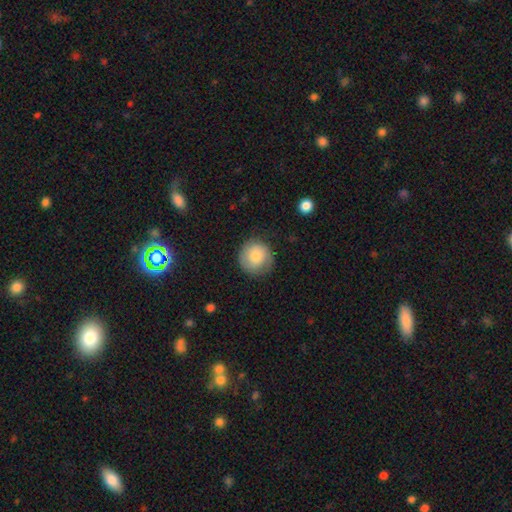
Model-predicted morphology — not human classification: Smooth or featured: smooth — 77% (featured or disk — 16%)
How rounded: round — 92% (in between — 7%)
Merging: none — 78% (minor disturbance — 16%)